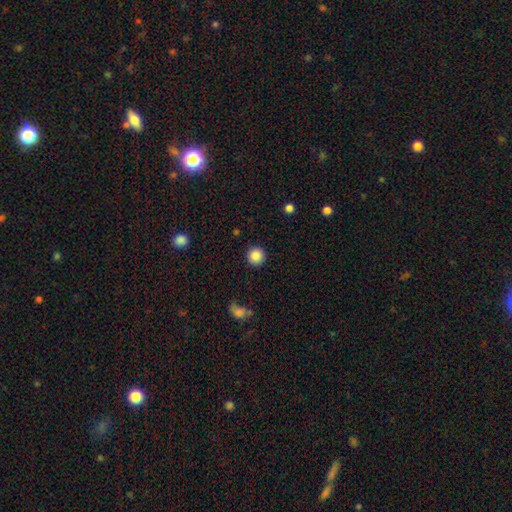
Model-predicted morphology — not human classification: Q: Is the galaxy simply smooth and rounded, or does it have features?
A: smooth — 87%.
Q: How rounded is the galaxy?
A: round — 95%.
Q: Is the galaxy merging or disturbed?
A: none — 91%.